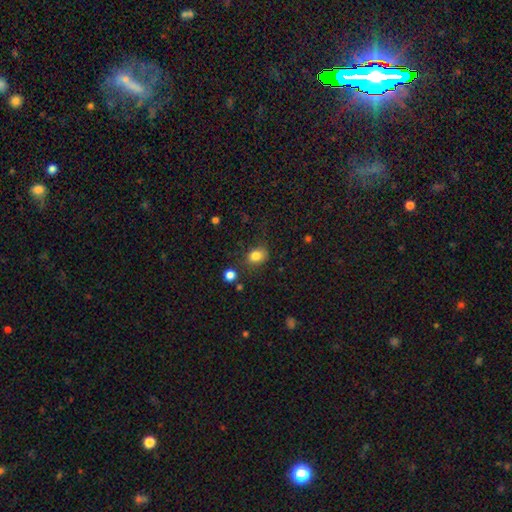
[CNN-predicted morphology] This appears to be a smooth galaxy with no disk features (82%) that is round (51%). Merging: none (73%).